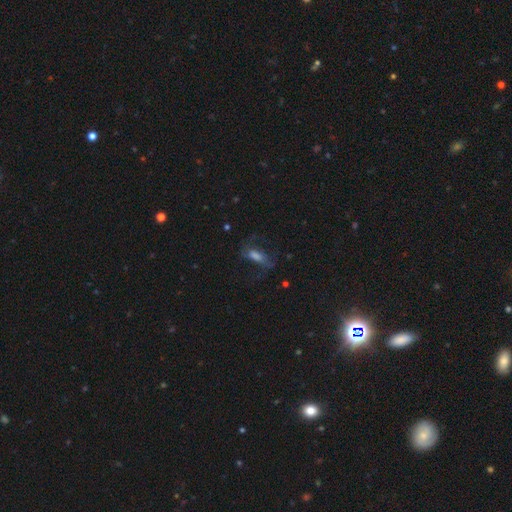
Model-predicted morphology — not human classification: This is marginally a featured or disk galaxy (41%). Merging: possibly none (53%).